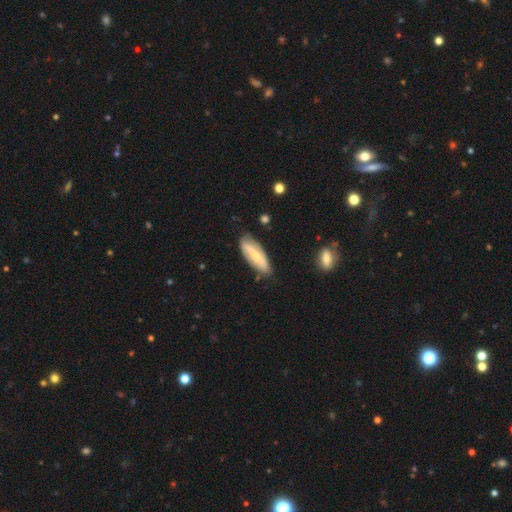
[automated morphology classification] type=smooth (49%); merging=none (77%).